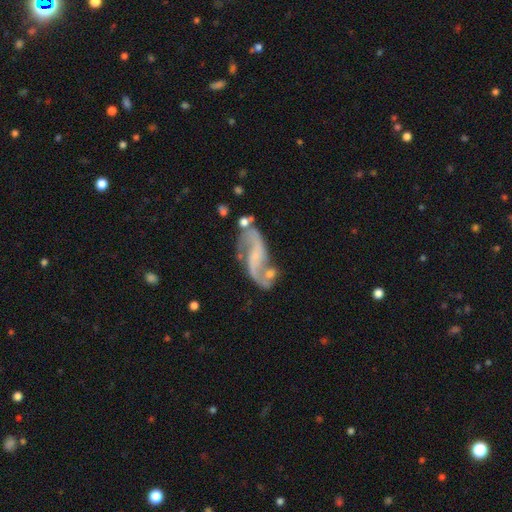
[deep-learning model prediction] smooth_or_featured: featured or disk (p=0.84) [alt: smooth p=0.09]
disk_edge_on: no (p=0.95) [alt: yes p=0.05]
bar: weak (p=0.39) [alt: no p=0.38]
has_spiral_arms: yes (p=0.93) [alt: no p=0.07]
spiral_winding: loose (p=0.65) [alt: medium p=0.27]
spiral_arm_count: 2 (p=0.90) [alt: can't tell p=0.04]
bulge_size: none (p=0.49) [alt: small p=0.35]
merging: none (p=0.53) [alt: minor disturbance p=0.19]